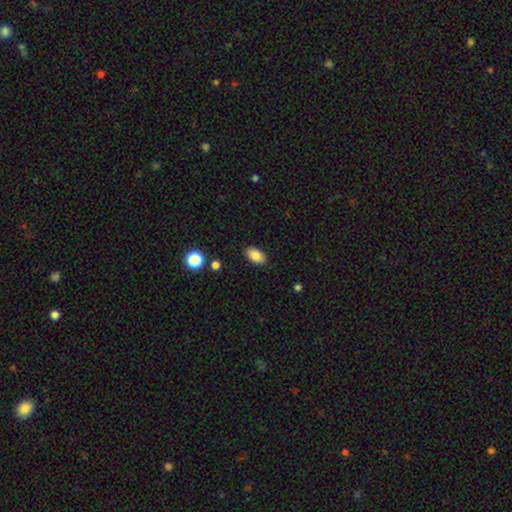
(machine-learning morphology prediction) type=smooth (83%); roundness=in between (92%); merging=none (87%).